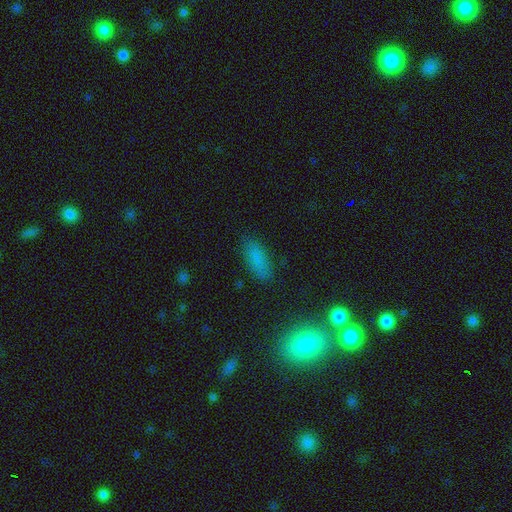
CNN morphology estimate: Q: Smooth or featured?
A: smooth (79%); runner-up: star or artifact (12%)
Q: How rounded?
A: in between (71%); runner-up: cigar-shaped (25%)
Q: Merging?
A: none (83%); runner-up: minor disturbance (11%)